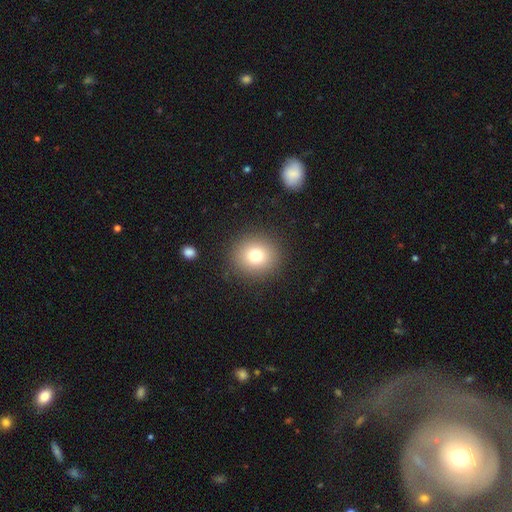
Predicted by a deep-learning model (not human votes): Morphology: type=smooth (77%); roundness=round (89%); merging=none (89%).